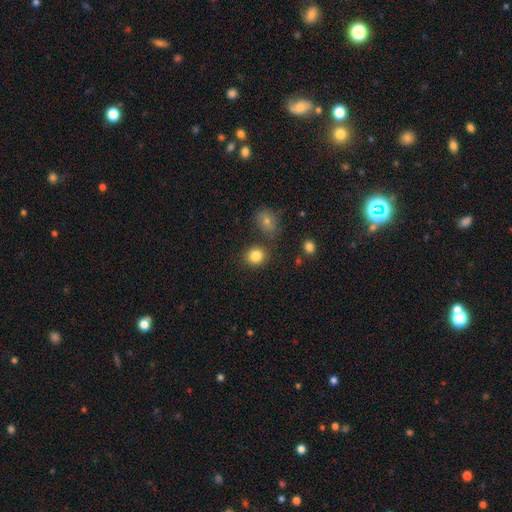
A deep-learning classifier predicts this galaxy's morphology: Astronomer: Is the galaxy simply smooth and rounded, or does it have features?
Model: smooth — 84%.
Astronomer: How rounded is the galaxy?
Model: round — 83%.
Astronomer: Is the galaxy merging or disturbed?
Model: none — 79%.